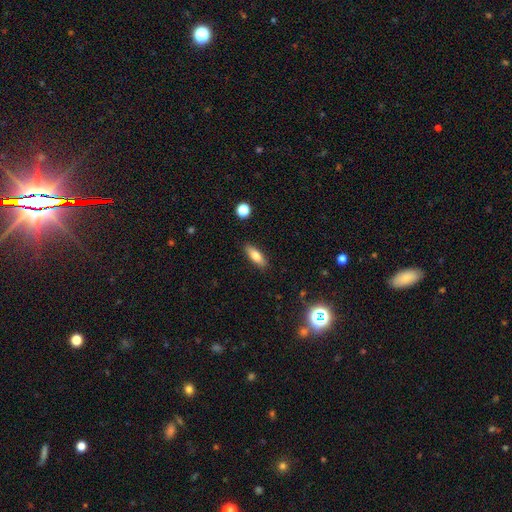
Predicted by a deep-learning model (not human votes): Morphology: type=smooth (77%); roundness=in between (66%); merging=none (87%).